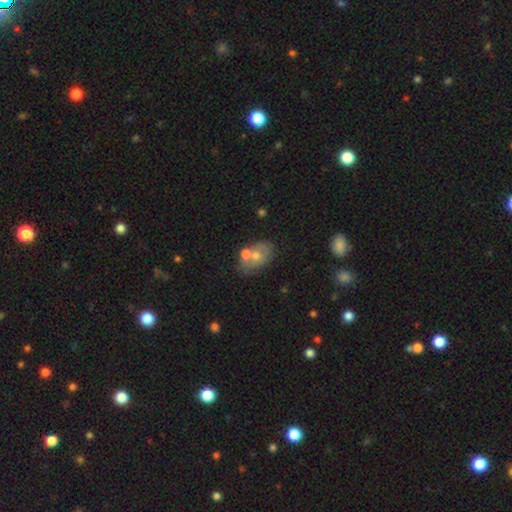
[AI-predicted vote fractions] This appears to be a smooth galaxy with no disk features (57%) that is in between round and cigar-shaped (83%). Merging: none (48%).